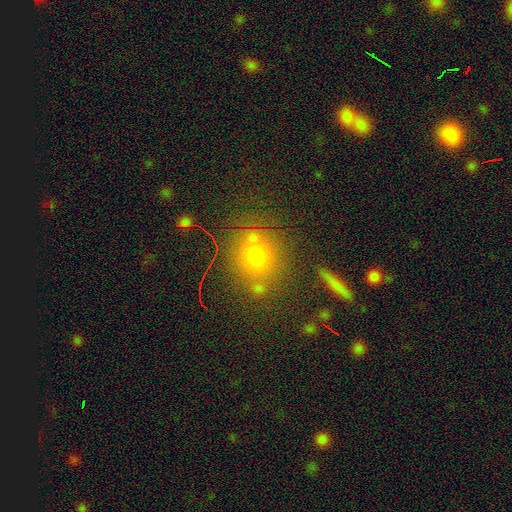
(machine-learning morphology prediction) Smooth or featured?
  - smooth: 66% *
  - star or artifact: 21%
  - featured or disk: 14%
How rounded?
  - round: 77% *
  - in between: 21%
  - cigar-shaped: 2%
Merging?
  - none: 73% *
  - minor disturbance: 12%
  - merger: 10%
  - major disturbance: 5%